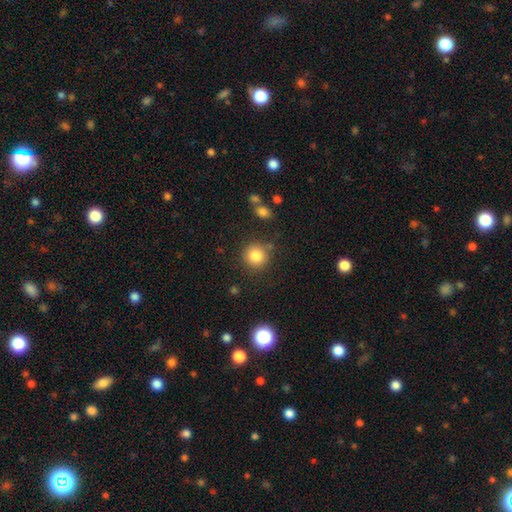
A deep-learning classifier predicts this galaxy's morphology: Smooth or featured? smooth (83%)
How rounded? round (92%)
Merging? none (82%)